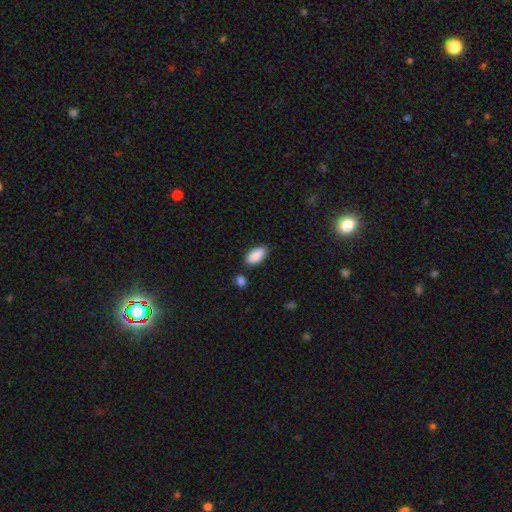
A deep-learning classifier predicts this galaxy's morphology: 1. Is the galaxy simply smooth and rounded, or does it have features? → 90% smooth, 6% star or artifact, 3% featured or disk.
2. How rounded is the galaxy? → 93% in between, 5% cigar-shaped, 2% round.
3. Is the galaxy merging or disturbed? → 81% none, 11% minor disturbance, 5% merger, 3% major disturbance.